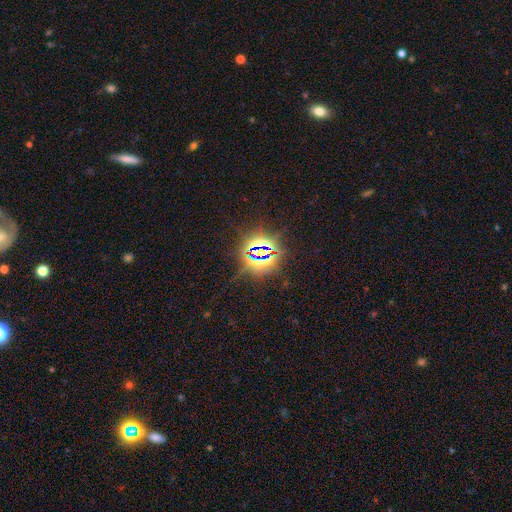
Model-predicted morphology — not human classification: type=star or artifact (84%).